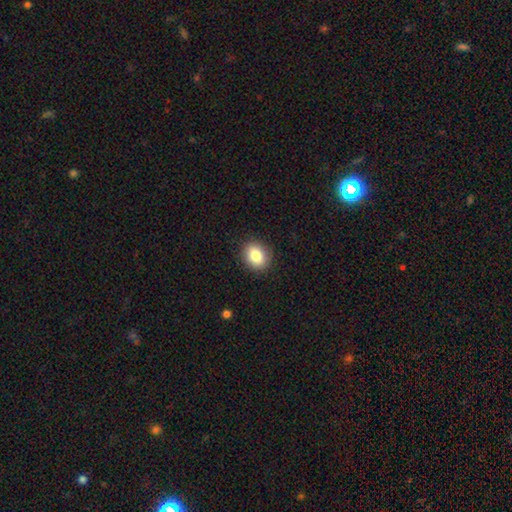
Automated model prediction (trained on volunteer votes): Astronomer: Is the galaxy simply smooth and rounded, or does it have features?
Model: smooth — 83%.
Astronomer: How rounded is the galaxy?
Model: round — 52% (runner-up: in between, 47%).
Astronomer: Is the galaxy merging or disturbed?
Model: none — 89%.